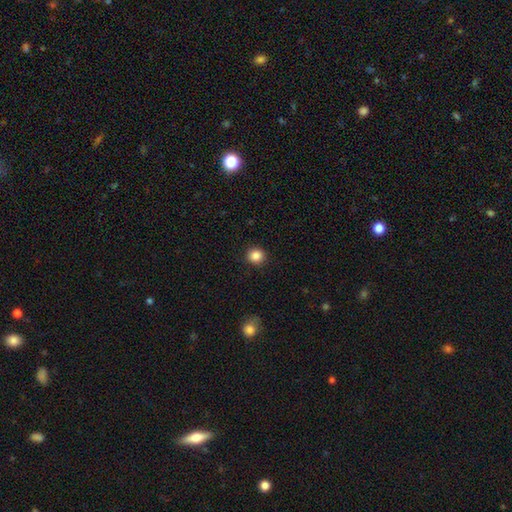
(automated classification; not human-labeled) smooth_or_featured: smooth (p=0.86) [alt: star or artifact p=0.10]
how_rounded: round (p=0.91) [alt: in between p=0.08]
merging: none (p=0.92) [alt: minor disturbance p=0.05]